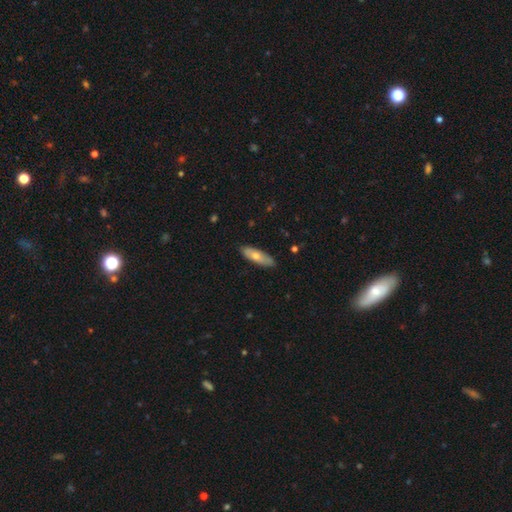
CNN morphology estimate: Smooth or featured: smooth — 62% (featured or disk — 32%)
How rounded: cigar-shaped — 49% (in between — 48%)
Merging: none — 87% (minor disturbance — 10%)